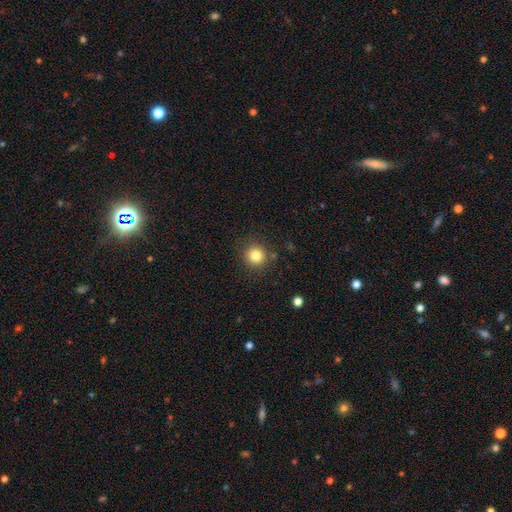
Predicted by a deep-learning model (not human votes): The model was most divided on "smooth or featured": smooth: 82%, star or artifact: 12%, featured or disk: 6%. More confident: how rounded — round (93%); merging — none (87%).